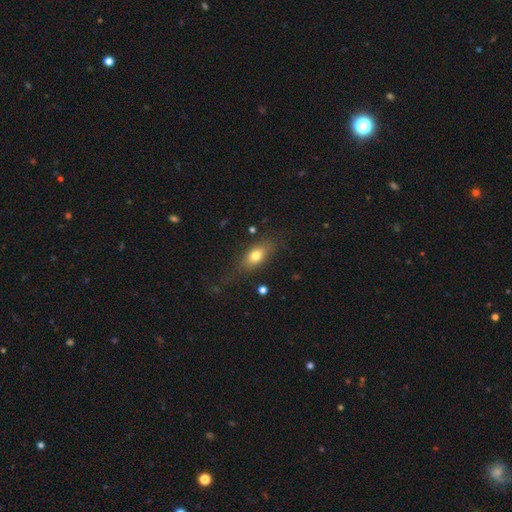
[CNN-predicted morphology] smooth 74%, featured or disk 17%, star or artifact 9%. Down the decision tree: how rounded — in between (79%); merging — none (71%).